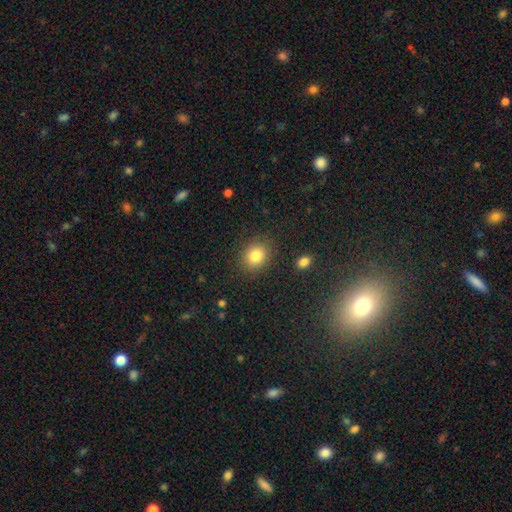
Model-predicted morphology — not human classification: Overall: smooth (83%). How rounded: round (68%; in between 31%). Merging: none (86%).